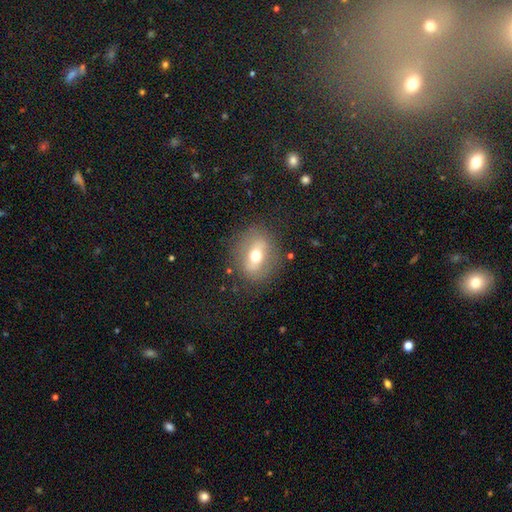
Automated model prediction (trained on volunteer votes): A smooth galaxy with no disk features (52%) that is in between round and cigar-shaped (52%).

Vote fractions:
- Smooth or featured? smooth: 52% / featured or disk: 38% / star or artifact: 10%
- How rounded? in between: 52% / round: 46% / cigar-shaped: 2%
- Merging? none: 80% / minor disturbance: 13% / major disturbance: 6% / merger: 1%